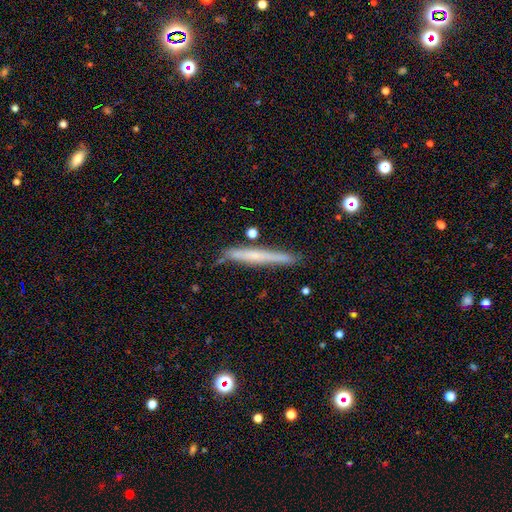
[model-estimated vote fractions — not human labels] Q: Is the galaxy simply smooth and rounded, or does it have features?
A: smooth — 51%.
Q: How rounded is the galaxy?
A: cigar-shaped — 96%.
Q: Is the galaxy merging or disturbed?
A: none — 78%.